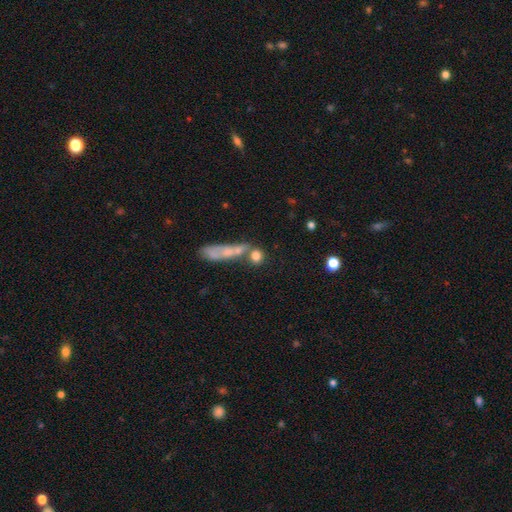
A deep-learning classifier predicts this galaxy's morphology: This appears to be a smooth galaxy with no disk features (75%) that is round (65%). Merging: none (52%).